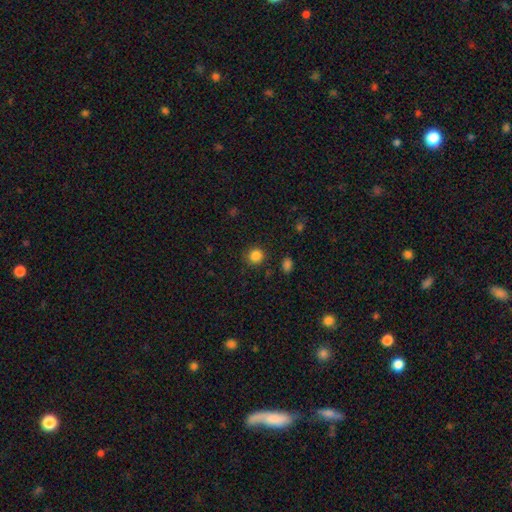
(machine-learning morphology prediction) smooth-or-featured: smooth: 85% | star or artifact: 11% | featured or disk: 4%
  how-rounded: round: 91% | in between: 9% | cigar-shaped: 1%
  merging: none: 88% | minor disturbance: 8% | major disturbance: 3% | merger: 2%